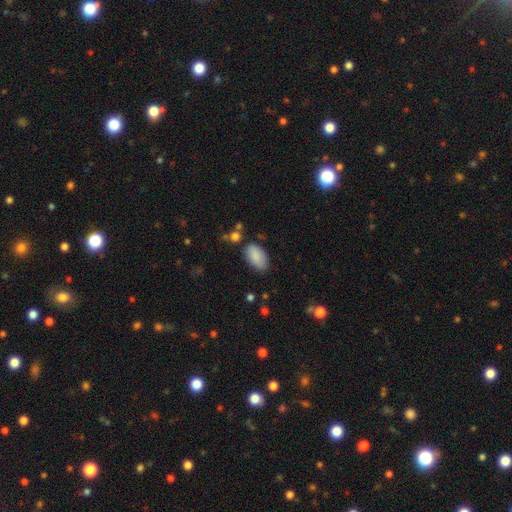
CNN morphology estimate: smooth-or-featured: smooth: 87% | star or artifact: 7% | featured or disk: 6%
  how-rounded: in between: 95% | round: 3% | cigar-shaped: 2%
  merging: none: 76% | minor disturbance: 17% | major disturbance: 4% | merger: 3%